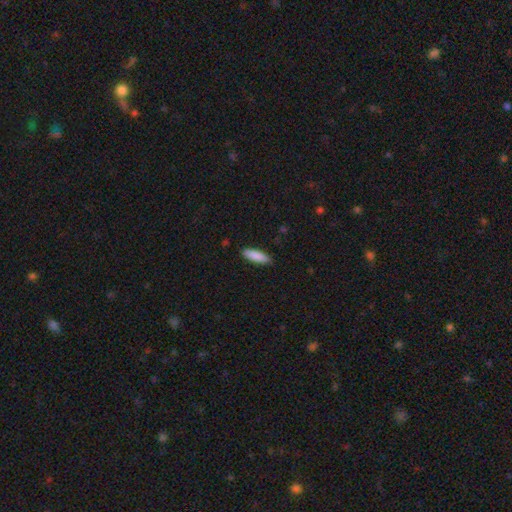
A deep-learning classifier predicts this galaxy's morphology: Smooth or featured?
  - smooth: 88% *
  - featured or disk: 7%
  - star or artifact: 6%
How rounded?
  - in between: 52% *
  - cigar-shaped: 47%
  - round: 1%
Merging?
  - none: 87% *
  - minor disturbance: 10%
  - major disturbance: 2%
  - merger: 1%